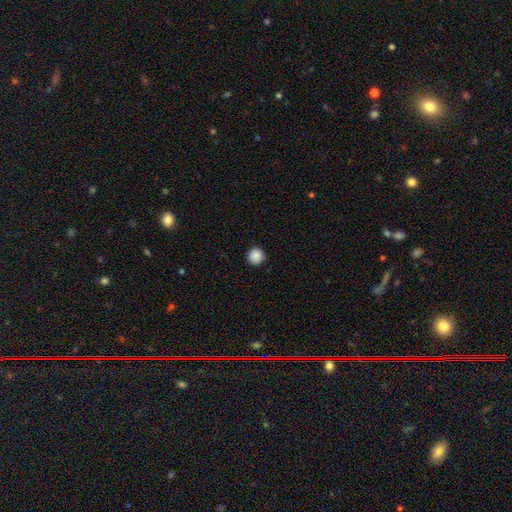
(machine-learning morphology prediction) A smooth galaxy with no disk features (88%) that is round (96%).

Vote fractions:
- Smooth or featured? smooth: 88% / star or artifact: 9% / featured or disk: 3%
- How rounded? round: 96% / in between: 3% / cigar-shaped: 1%
- Merging? none: 92% / minor disturbance: 6% / major disturbance: 2% / merger: 1%